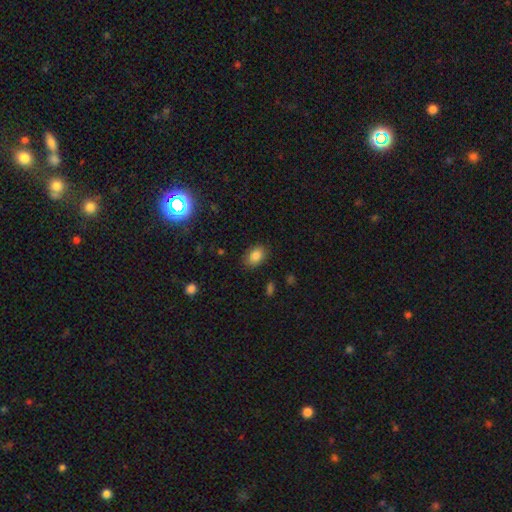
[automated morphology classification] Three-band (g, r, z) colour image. It shows a smooth galaxy with no disk features (84%) that is in between round and cigar-shaped (82%). Merging: none (86%).